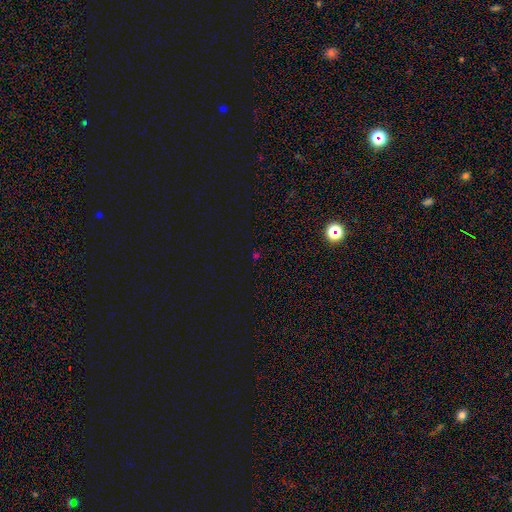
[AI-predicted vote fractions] Overall: star or artifact (66%; smooth 27%).